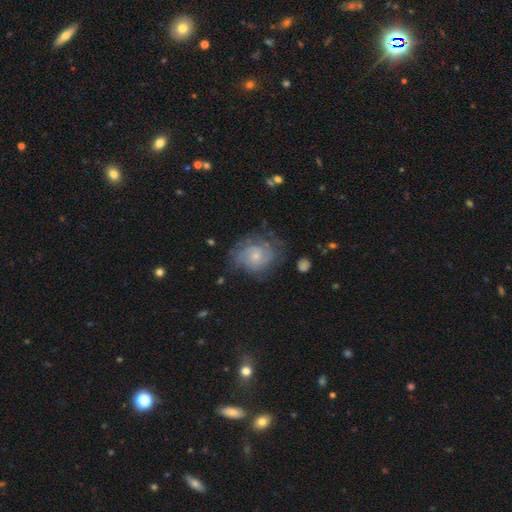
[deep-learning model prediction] Smooth or featured?
  - featured or disk: 68% *
  - smooth: 24%
  - star or artifact: 8%
Edge-on disk?
  - no: 98% *
  - yes: 2%
Bar?
  - no: 74% *
  - weak: 23%
  - strong: 3%
Spiral arms?
  - yes: 87% *
  - no: 13%
Spiral winding?
  - tight: 59% *
  - medium: 31%
  - loose: 10%
Spiral arm count?
  - can't tell: 41% *
  - 2: 31%
  - 3: 14%
  - 4: 6%
  - 1: 5%
  - more than 4: 4%
Bulge size?
  - small: 66% *
  - moderate: 27%
  - none: 3%
  - large: 2%
  - dominant: 1%
Merging?
  - none: 63% *
  - minor disturbance: 22%
  - major disturbance: 13%
  - merger: 2%